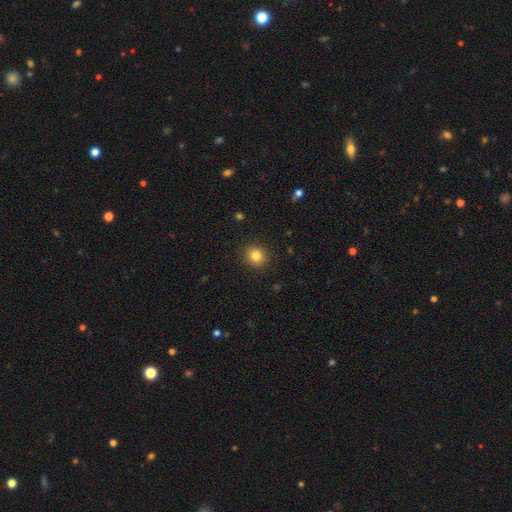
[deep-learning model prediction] Smooth or featured?
  - smooth: 83% *
  - star or artifact: 11%
  - featured or disk: 6%
How rounded?
  - round: 83% *
  - in between: 17%
  - cigar-shaped: 1%
Merging?
  - none: 90% *
  - minor disturbance: 7%
  - major disturbance: 2%
  - merger: 1%